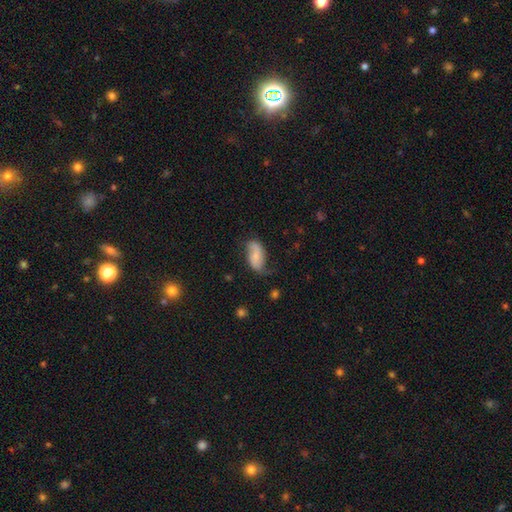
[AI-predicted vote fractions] smooth-or-featured: smooth: 48% | featured or disk: 44% | star or artifact: 8%
  merging: none: 53% | minor disturbance: 30% | major disturbance: 14% | merger: 2%